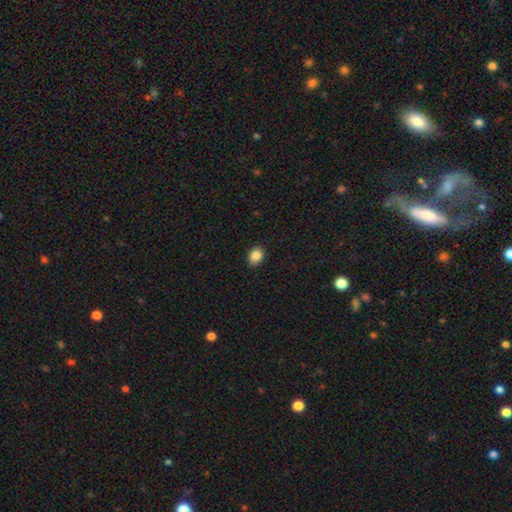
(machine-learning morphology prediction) This is clearly a smooth galaxy (86%). How rounded: possibly in between (52%). Merging: clearly none (91%).